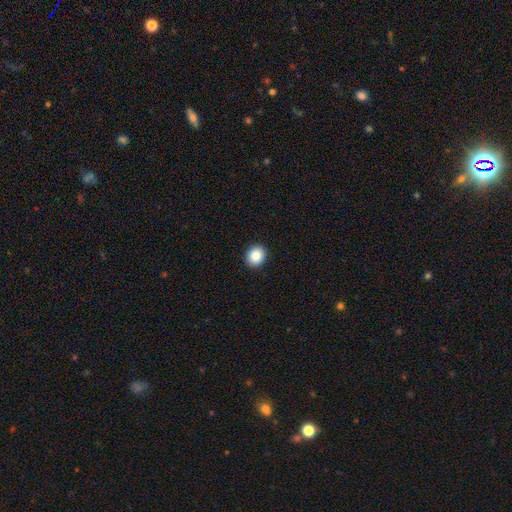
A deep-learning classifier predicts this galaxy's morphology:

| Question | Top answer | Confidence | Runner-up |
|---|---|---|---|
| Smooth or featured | smooth | 86% | star or artifact (9%) |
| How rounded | round | 75% | in between (24%) |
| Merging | none | 93% | minor disturbance (5%) |